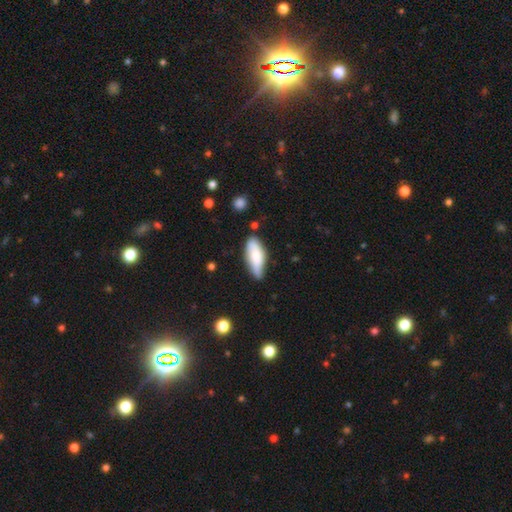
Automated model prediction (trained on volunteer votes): Smooth or featured? Predicted: smooth (p=0.73). How rounded? Predicted: in between (p=0.73). Merging? Predicted: none (p=0.62).